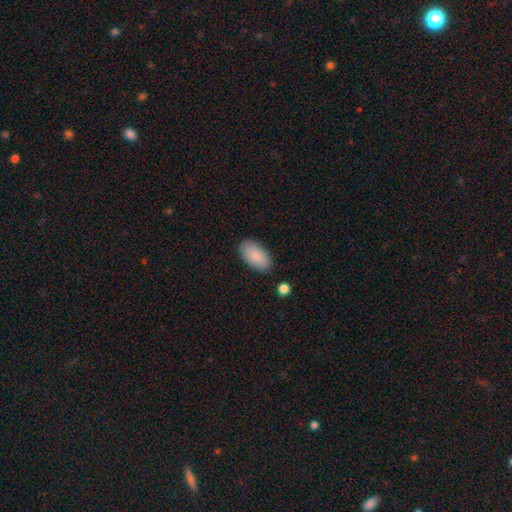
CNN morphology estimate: Smooth or featured?
  - smooth: 89% *
  - star or artifact: 6%
  - featured or disk: 5%
How rounded?
  - in between: 95% *
  - cigar-shaped: 3%
  - round: 2%
Merging?
  - none: 85% *
  - minor disturbance: 10%
  - major disturbance: 3%
  - merger: 2%